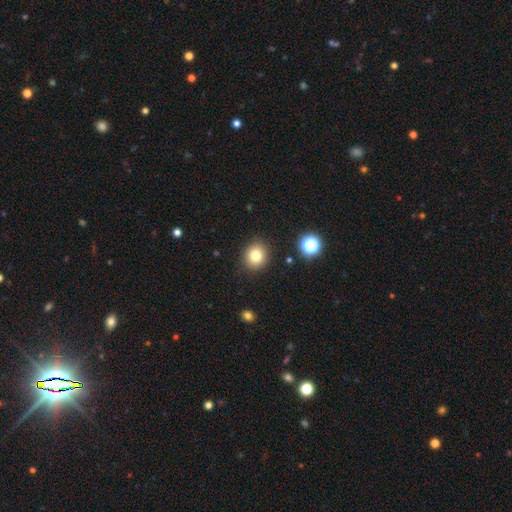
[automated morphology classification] The model was most divided on "how rounded": round: 79%, in between: 20%, cigar-shaped: 1%. More confident: merging — none (88%); smooth or featured — smooth (80%).